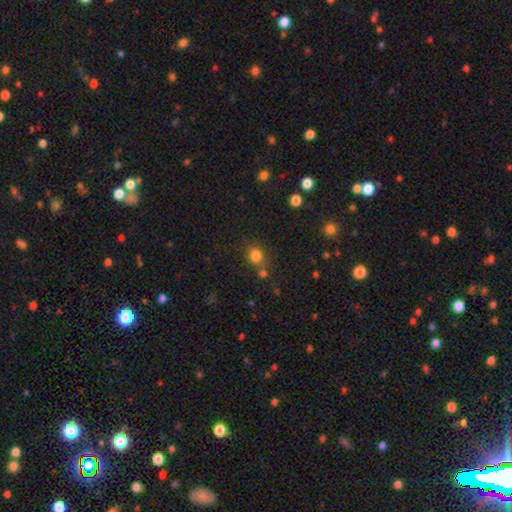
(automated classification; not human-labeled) The model was most divided on "merging": none: 65%, merger: 18%, minor disturbance: 12%, major disturbance: 5%. More confident: smooth or featured — smooth (80%); how rounded — round (73%).